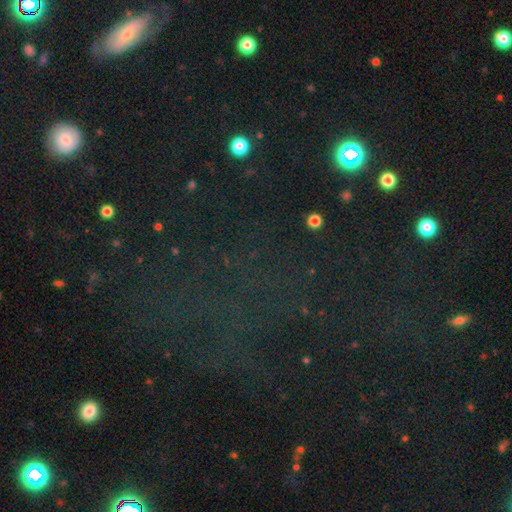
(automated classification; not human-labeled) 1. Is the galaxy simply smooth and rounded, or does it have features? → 67% star or artifact, 23% smooth, 10% featured or disk.